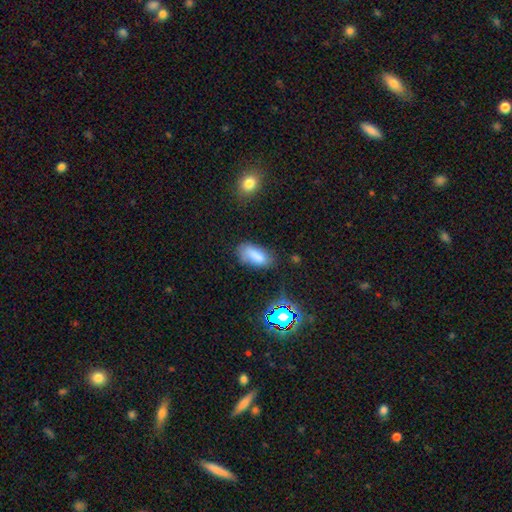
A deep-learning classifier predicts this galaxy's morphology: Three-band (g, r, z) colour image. It shows a smooth galaxy with no disk features (77%) that is in between round and cigar-shaped (88%). Merging: none (61%).